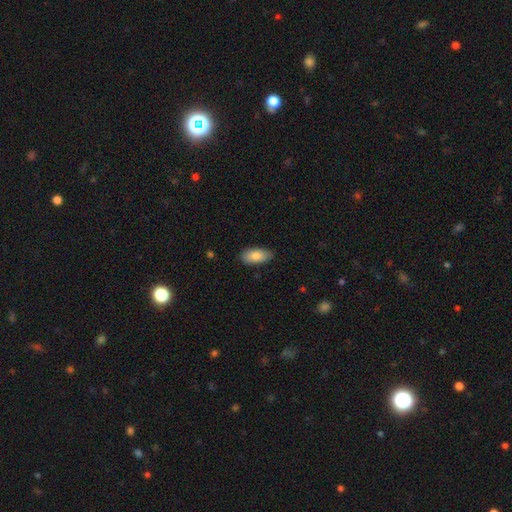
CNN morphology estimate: Smooth or featured? Predicted: smooth (p=0.83). How rounded? Predicted: in between (p=0.90). Merging? Predicted: none (p=0.85).